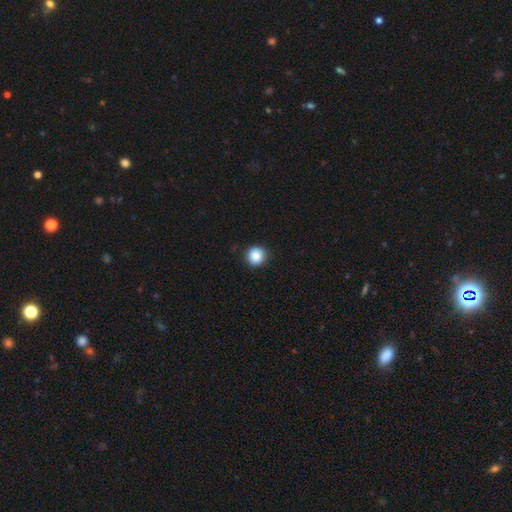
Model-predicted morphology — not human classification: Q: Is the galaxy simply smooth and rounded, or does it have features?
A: smooth — 87%.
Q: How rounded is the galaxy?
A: round — 93%.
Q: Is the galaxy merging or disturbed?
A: none — 90%.